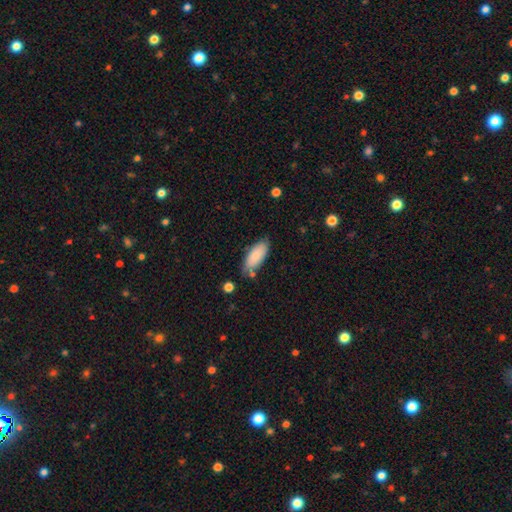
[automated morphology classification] A smooth galaxy with no disk features (87%) that is in between round and cigar-shaped (83%).

Vote fractions:
- Smooth or featured? smooth: 87% / featured or disk: 7% / star or artifact: 6%
- How rounded? in between: 83% / cigar-shaped: 15% / round: 2%
- Merging? none: 71% / minor disturbance: 20% / merger: 6% / major disturbance: 4%